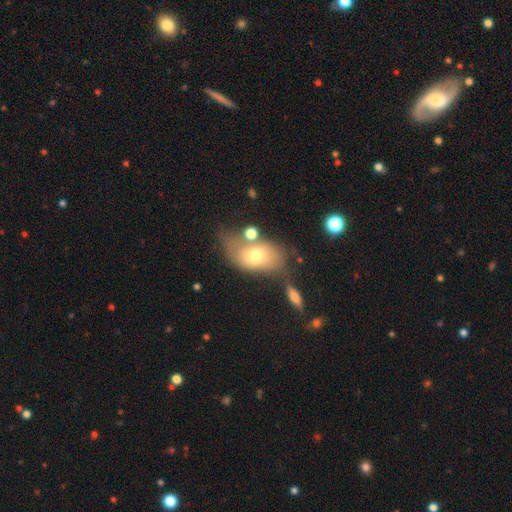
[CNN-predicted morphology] Q: Smooth or featured?
A: smooth (62%); runner-up: featured or disk (30%)
Q: How rounded?
A: in between (86%); runner-up: round (12%)
Q: Merging?
A: none (40%); runner-up: minor disturbance (23%)